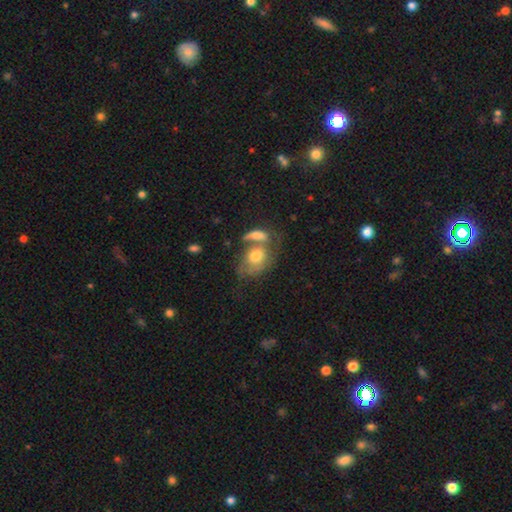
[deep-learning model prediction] smooth-or-featured: smooth: 60% | featured or disk: 32% | star or artifact: 8%
  how-rounded: in between: 69% | round: 29% | cigar-shaped: 2%
  merging: merger: 46% | none: 26% | minor disturbance: 15% | major disturbance: 13%